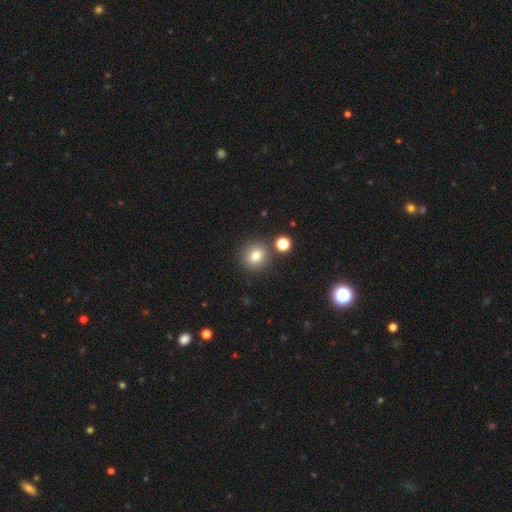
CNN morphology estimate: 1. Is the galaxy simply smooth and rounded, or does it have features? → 82% smooth, 11% star or artifact, 7% featured or disk.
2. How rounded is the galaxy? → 82% round, 17% in between, 1% cigar-shaped.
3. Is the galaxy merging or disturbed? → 81% none, 8% minor disturbance, 8% merger, 3% major disturbance.